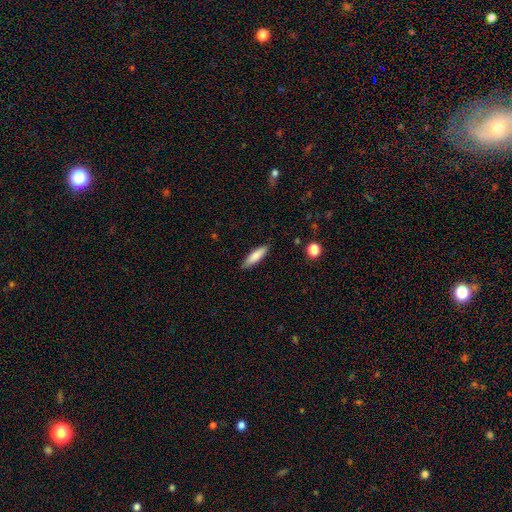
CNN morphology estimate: Smooth or featured?
  - smooth: 81% *
  - featured or disk: 13%
  - star or artifact: 6%
How rounded?
  - cigar-shaped: 67% *
  - in between: 32%
  - round: 2%
Merging?
  - none: 87% *
  - minor disturbance: 10%
  - major disturbance: 2%
  - merger: 1%